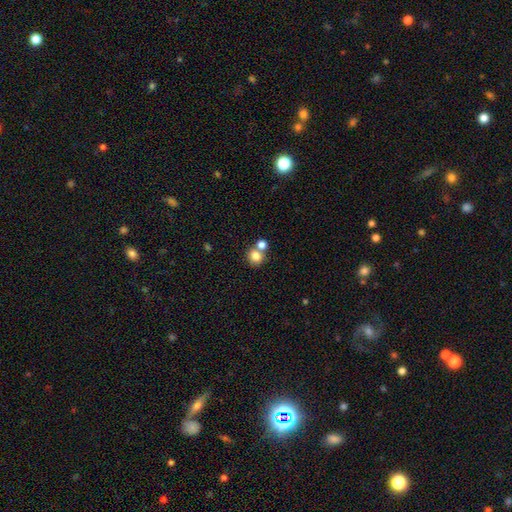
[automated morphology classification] Smooth or featured? smooth (81%)
How rounded? round (84%)
Merging? none (51%)